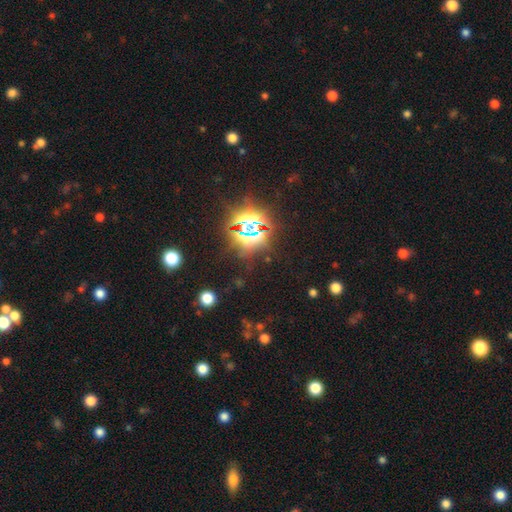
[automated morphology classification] type=star or artifact (79%).